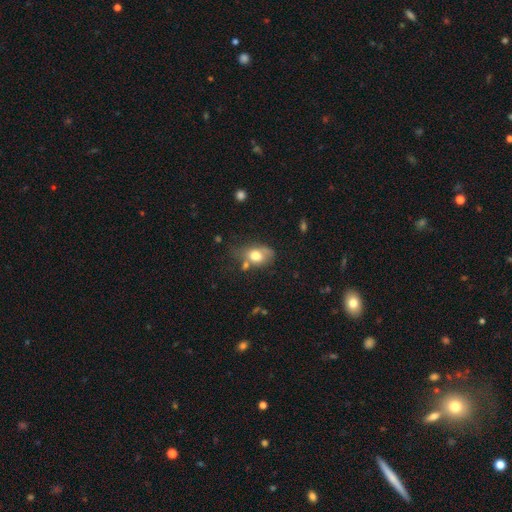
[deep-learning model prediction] This is likely a smooth galaxy (70%). How rounded: likely in between (76%). Merging: marginally none (41%).